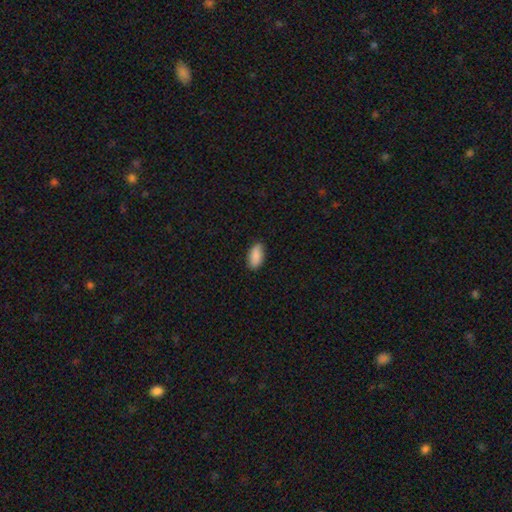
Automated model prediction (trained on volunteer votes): Smooth or featured? Predicted: smooth (p=0.89). How rounded? Predicted: in between (p=0.93). Merging? Predicted: none (p=0.88).